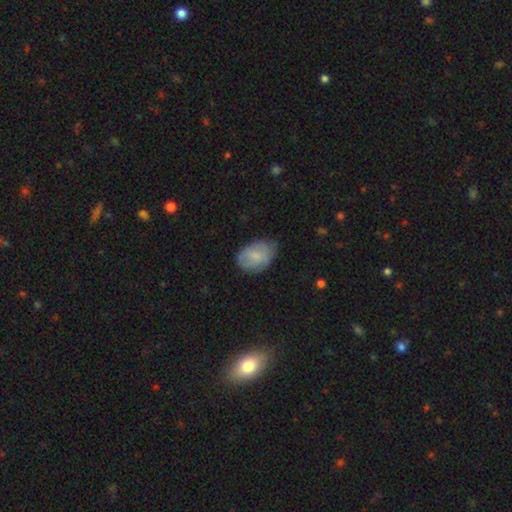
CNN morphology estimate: Smooth or featured? smooth (73%)
How rounded? in between (80%)
Merging? none (60%)